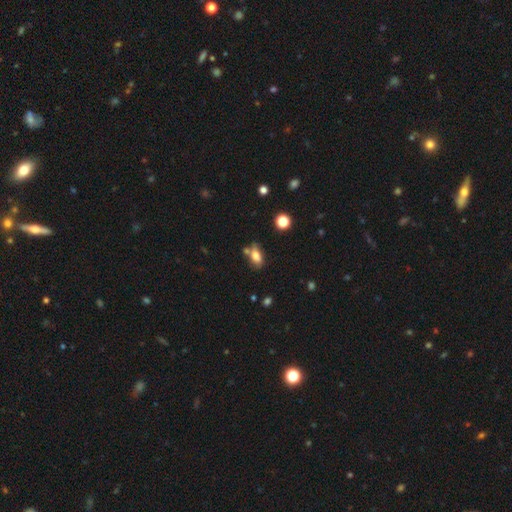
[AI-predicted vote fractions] A smooth galaxy with no disk features (72%) that is in between round and cigar-shaped (83%).

Vote fractions:
- Smooth or featured? smooth: 72% / featured or disk: 17% / star or artifact: 11%
- How rounded? in between: 83% / round: 10% / cigar-shaped: 8%
- Merging? none: 56% / merger: 19% / minor disturbance: 19% / major disturbance: 6%